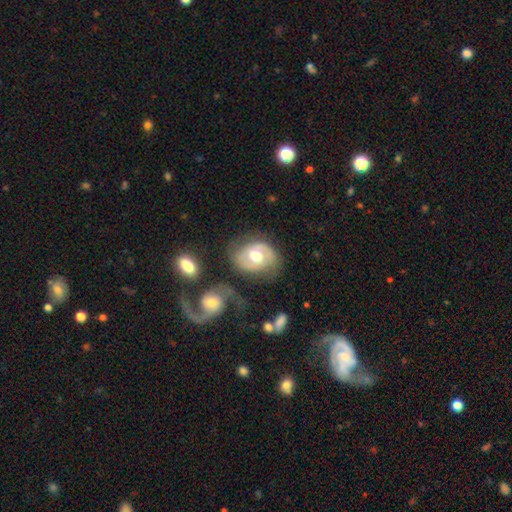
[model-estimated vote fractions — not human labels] smooth_or_featured: featured or disk (p=0.66) [alt: smooth p=0.28]
disk_edge_on: no (p=0.96) [alt: yes p=0.04]
bar: no (p=0.58) [alt: weak p=0.32]
has_spiral_arms: yes (p=0.70) [alt: no p=0.30]
bulge_size: moderate (p=0.71) [alt: large p=0.21]
merging: none (p=0.60) [alt: minor disturbance p=0.20]